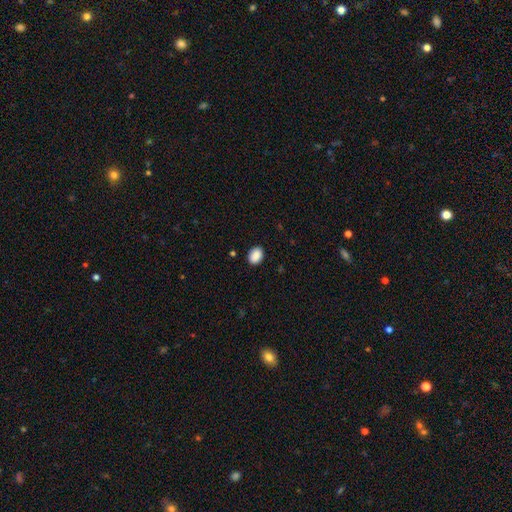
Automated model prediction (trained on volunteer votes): Smooth or featured?
  - smooth: 89% *
  - star or artifact: 8%
  - featured or disk: 3%
How rounded?
  - in between: 65% *
  - round: 34%
  - cigar-shaped: 1%
Merging?
  - none: 89% *
  - minor disturbance: 8%
  - major disturbance: 2%
  - merger: 1%